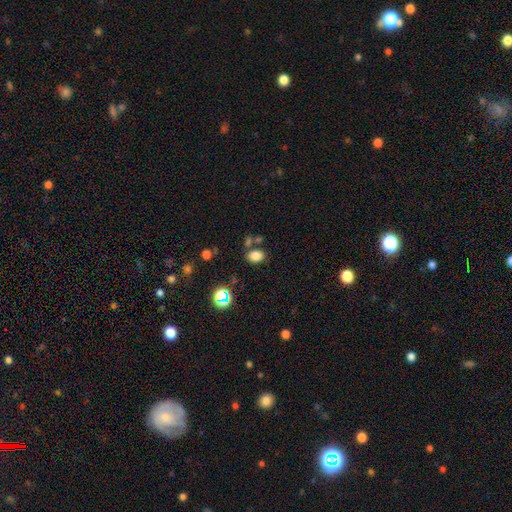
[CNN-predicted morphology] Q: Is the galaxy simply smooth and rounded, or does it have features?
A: smooth — 79%.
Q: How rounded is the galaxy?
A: in between — 70%.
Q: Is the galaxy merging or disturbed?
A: none — 71%.